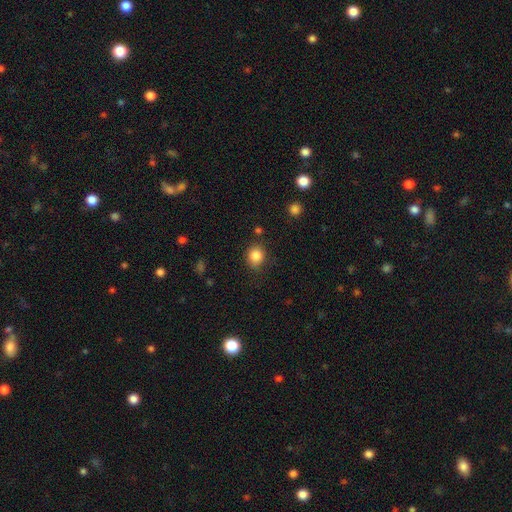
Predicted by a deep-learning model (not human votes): Smooth or featured?
  - smooth: 85% *
  - star or artifact: 10%
  - featured or disk: 5%
How rounded?
  - round: 72% *
  - in between: 27%
  - cigar-shaped: 1%
Merging?
  - none: 78% *
  - minor disturbance: 15%
  - major disturbance: 4%
  - merger: 3%